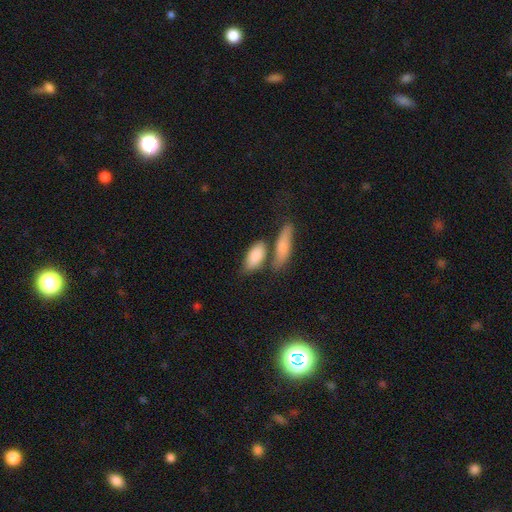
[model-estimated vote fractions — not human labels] Smooth or featured? Predicted: smooth (p=0.83). How rounded? Predicted: in between (p=0.83). Merging? Predicted: none (p=0.53).